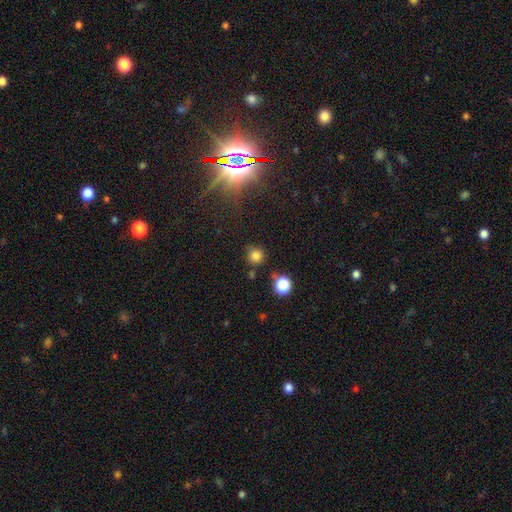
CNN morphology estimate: smooth_or_featured: smooth (p=0.78) [alt: star or artifact p=0.16]
how_rounded: round (p=0.92) [alt: in between p=0.07]
merging: none (p=0.80) [alt: minor disturbance p=0.11]